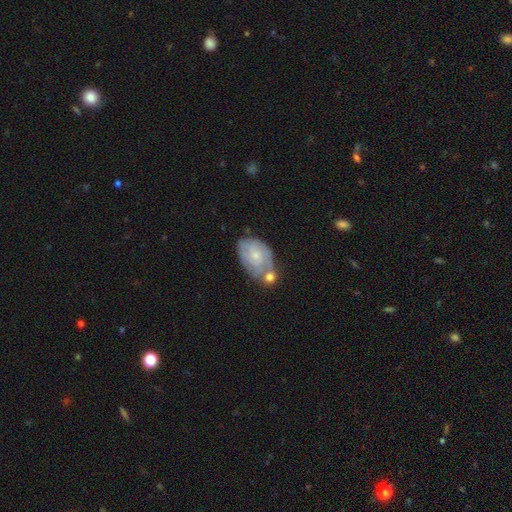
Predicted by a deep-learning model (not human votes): featured or disk 58%, smooth 35%, star or artifact 7%. Down the decision tree: edge-on disk — no (96%); bar — no (77%); spiral arms — yes (73%); bulge size — small (62%); merging — none (37%).